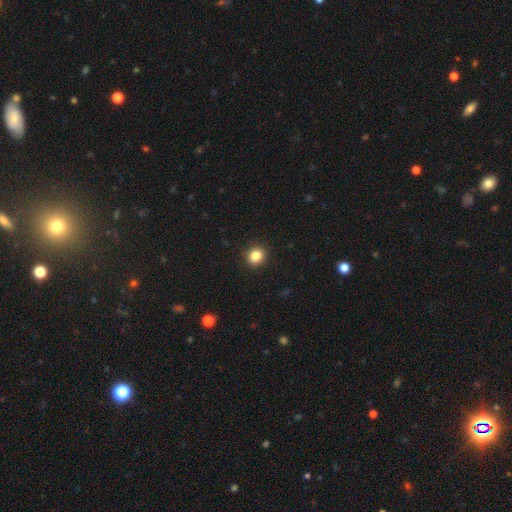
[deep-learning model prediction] This appears to be a smooth galaxy with no disk features (85%) that is round (76%). Merging: none (92%).